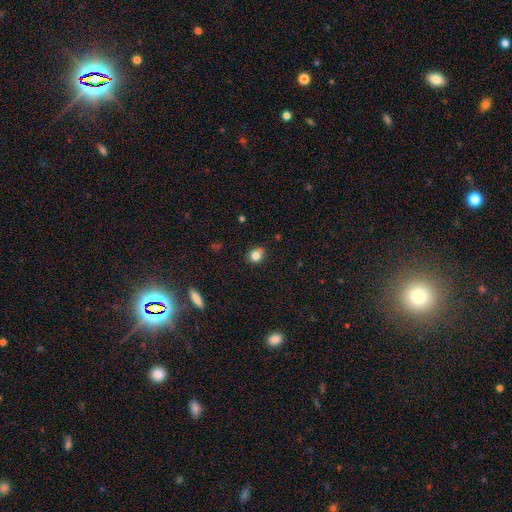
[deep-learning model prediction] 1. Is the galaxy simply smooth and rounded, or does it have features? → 82% smooth, 12% star or artifact, 6% featured or disk.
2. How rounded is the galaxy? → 75% round, 24% in between, 1% cigar-shaped.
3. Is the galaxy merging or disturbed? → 73% none, 20% minor disturbance, 4% major disturbance, 3% merger.